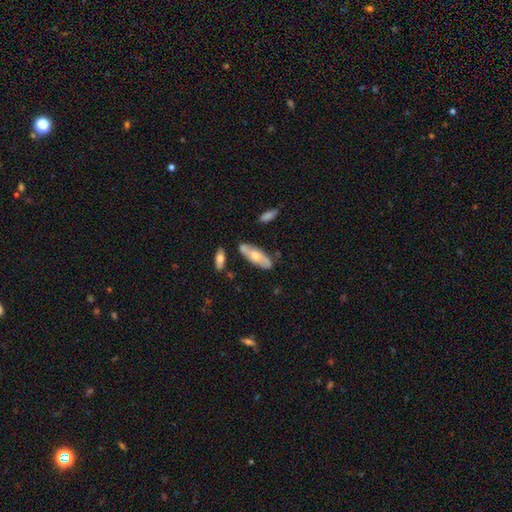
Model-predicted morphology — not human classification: smooth-or-featured: smooth: 48% | featured or disk: 46% | star or artifact: 6%
  merging: none: 71% | minor disturbance: 17% | merger: 9% | major disturbance: 4%